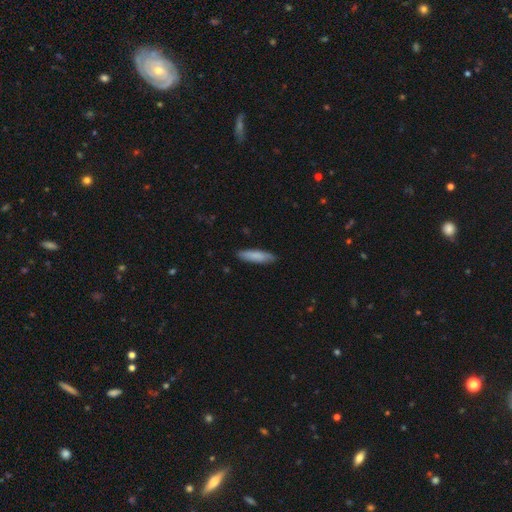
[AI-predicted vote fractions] The model was most divided on "how rounded": cigar-shaped: 74%, in between: 25%, round: 1%. More confident: merging — none (86%); smooth or featured — smooth (83%).